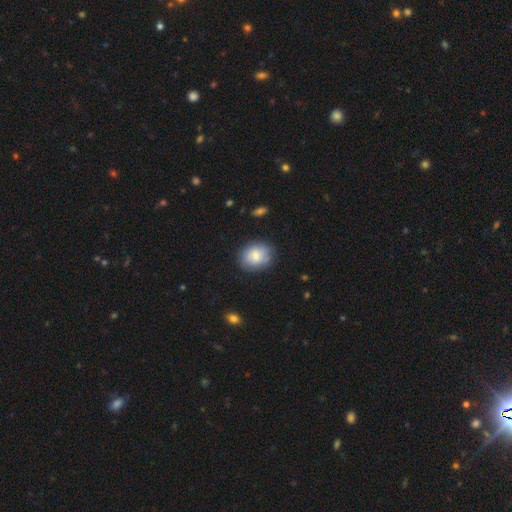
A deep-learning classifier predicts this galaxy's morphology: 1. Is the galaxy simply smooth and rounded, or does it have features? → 71% smooth, 22% featured or disk, 8% star or artifact.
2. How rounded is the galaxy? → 51% round, 48% in between, 1% cigar-shaped.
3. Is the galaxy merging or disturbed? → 76% none, 17% minor disturbance, 4% major disturbance, 2% merger.